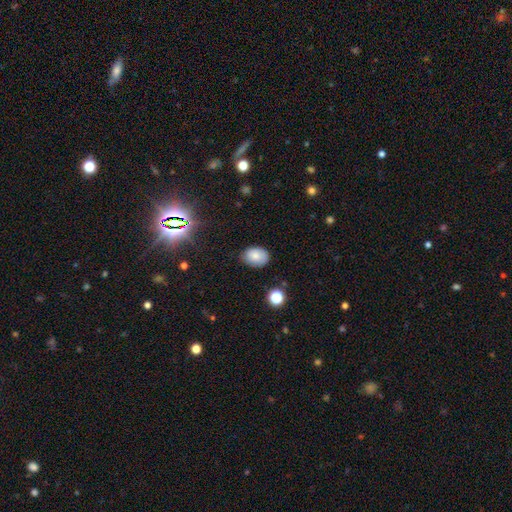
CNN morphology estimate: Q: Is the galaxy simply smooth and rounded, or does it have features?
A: smooth — 79%.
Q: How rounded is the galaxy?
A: in between — 76%.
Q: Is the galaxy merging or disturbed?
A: none — 74%.